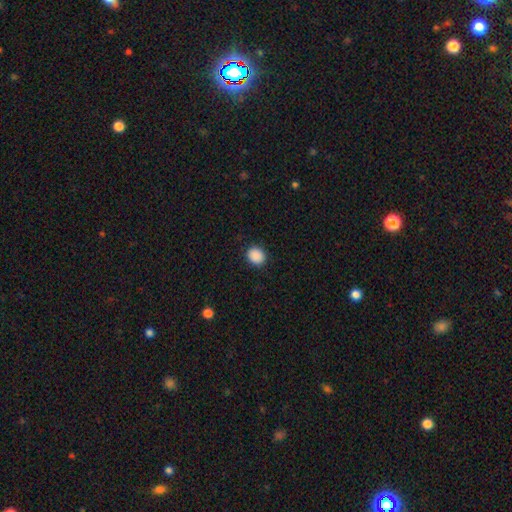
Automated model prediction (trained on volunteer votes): This appears to be a smooth galaxy with no disk features (90%) that is round (70%). Merging: none (90%).